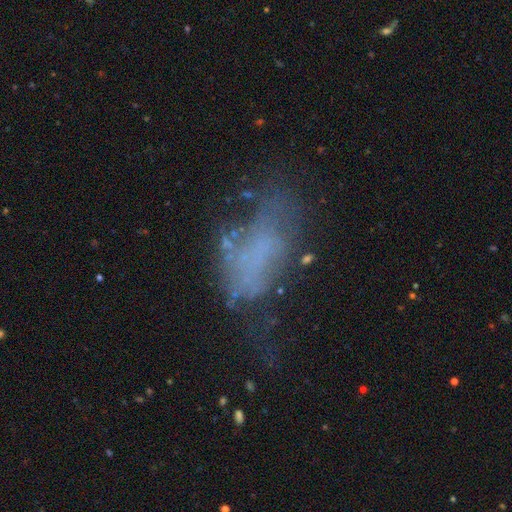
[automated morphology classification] A featured or disk galaxy (44%).

Vote fractions:
- Smooth or featured? featured or disk: 44% / smooth: 37% / star or artifact: 19%
- Merging? major disturbance: 35% / none: 34% / minor disturbance: 24% / merger: 6%